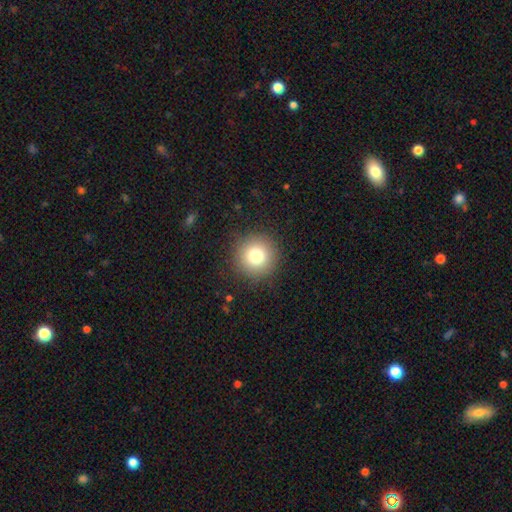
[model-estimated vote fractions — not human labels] This appears to be a smooth galaxy with no disk features (79%) that is round (95%). Merging: none (90%).